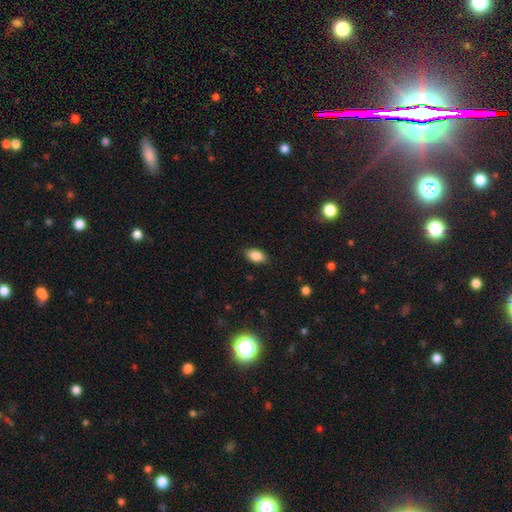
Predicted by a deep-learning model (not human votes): Smooth or featured? smooth (85%)
How rounded? in between (91%)
Merging? none (86%)